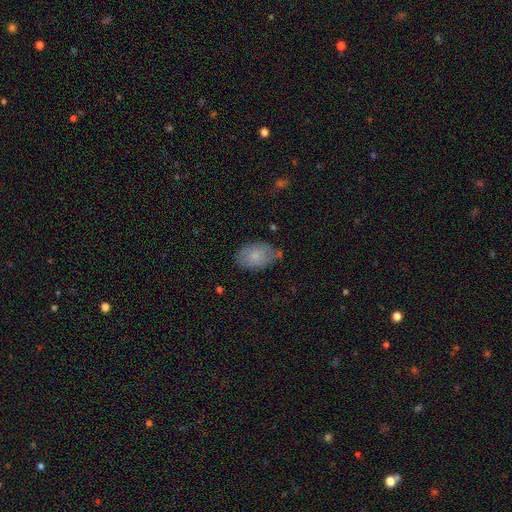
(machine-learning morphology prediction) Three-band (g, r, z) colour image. It shows a smooth galaxy with no disk features (73%) that is in between round and cigar-shaped (89%). Merging: none (66%).